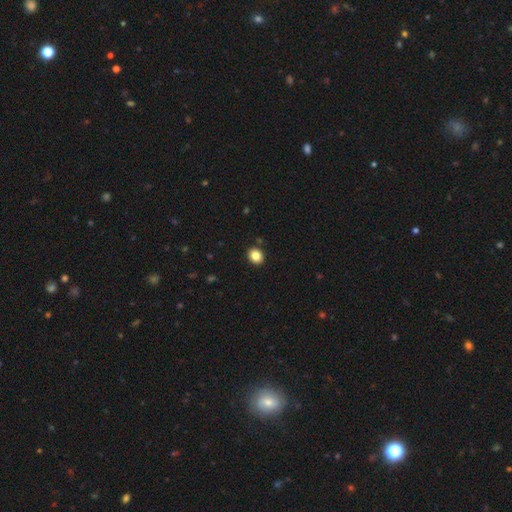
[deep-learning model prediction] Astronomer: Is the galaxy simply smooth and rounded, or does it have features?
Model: smooth — 85%.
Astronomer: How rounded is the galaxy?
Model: round — 67%.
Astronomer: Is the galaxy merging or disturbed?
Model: none — 90%.